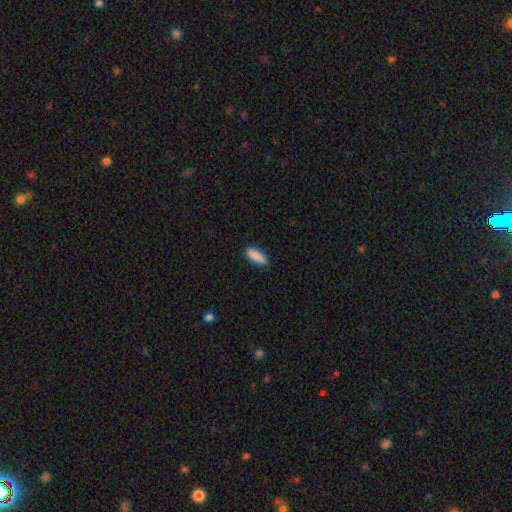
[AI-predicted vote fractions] smooth_or_featured: smooth (p=0.89) [alt: star or artifact p=0.06]
how_rounded: in between (p=0.50) [alt: cigar-shaped p=0.48]
merging: none (p=0.87) [alt: minor disturbance p=0.10]